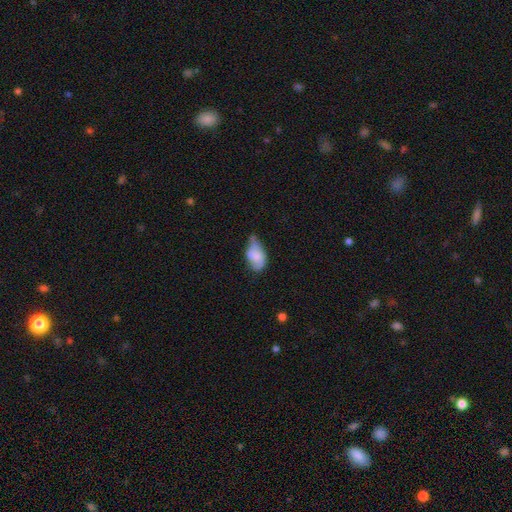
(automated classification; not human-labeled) smooth-or-featured: smooth: 71% | featured or disk: 21% | star or artifact: 8%
  how-rounded: in between: 91% | round: 6% | cigar-shaped: 3%
  merging: minor disturbance: 44% | none: 28% | major disturbance: 18% | merger: 10%